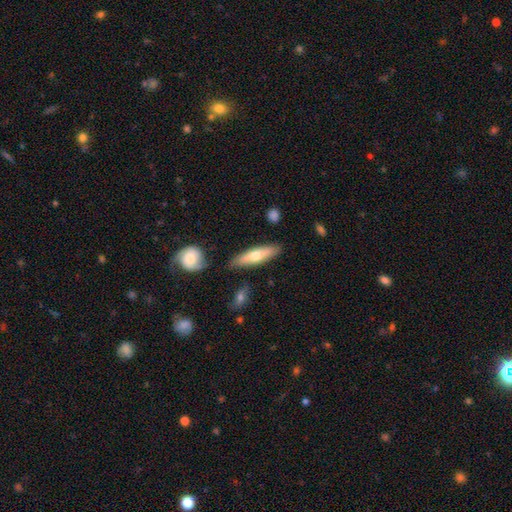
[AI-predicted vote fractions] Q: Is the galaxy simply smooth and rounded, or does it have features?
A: smooth — 58%.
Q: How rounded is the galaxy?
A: cigar-shaped — 69%.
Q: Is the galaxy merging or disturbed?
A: none — 80%.